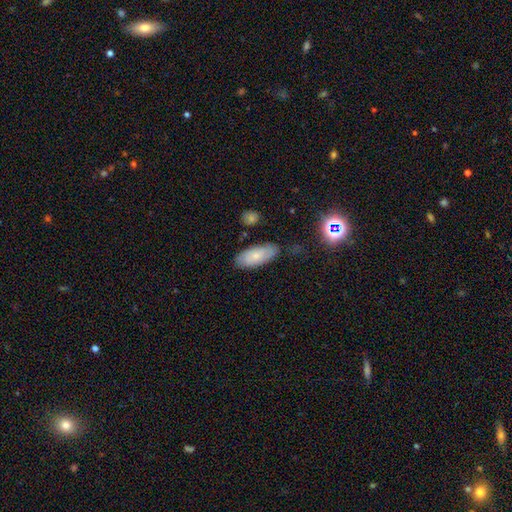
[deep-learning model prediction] Overall: smooth (67%). How rounded: in between (86%). Merging: none (78%).